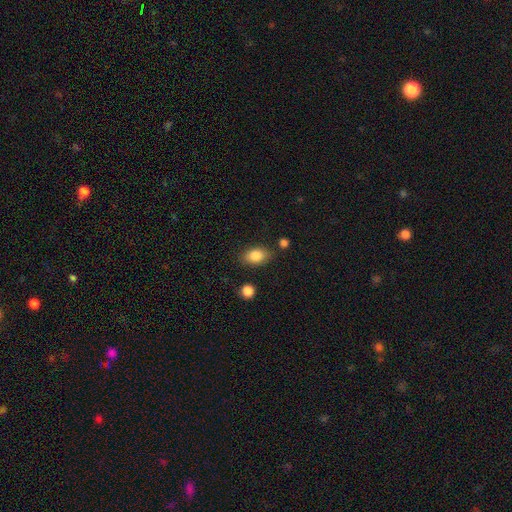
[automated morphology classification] A smooth galaxy with no disk features (84%) that is in between round and cigar-shaped (84%). Merging: none (80%).